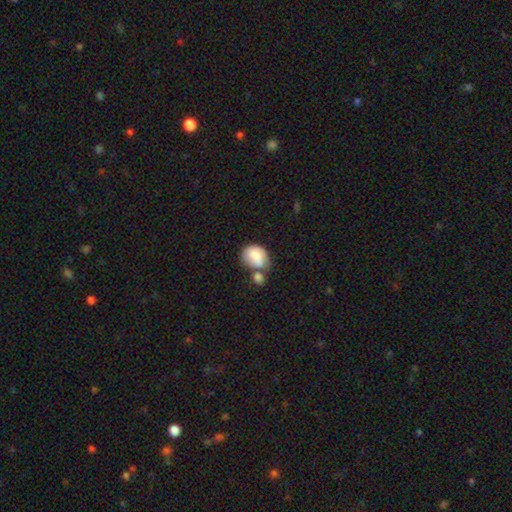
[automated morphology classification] type=smooth (77%); roundness=in between (55%); merging=merger (44%).